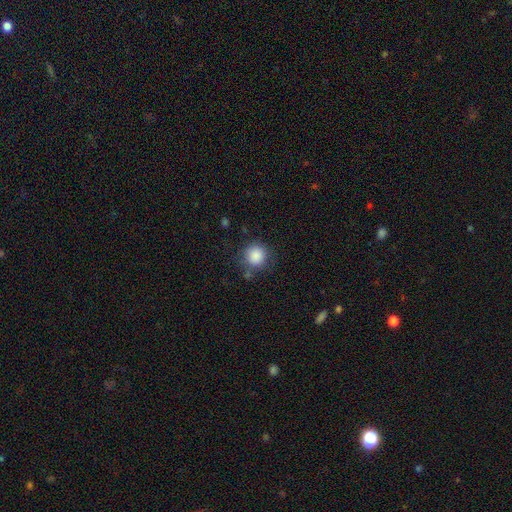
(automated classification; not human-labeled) A smooth galaxy with no disk features (86%) that is round (92%). Merging: none (77%).